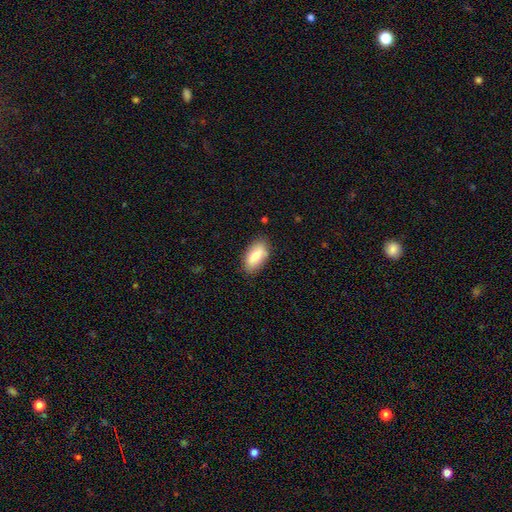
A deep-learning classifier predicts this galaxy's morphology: Overall: smooth (79%). How rounded: in between (91%). Merging: none (81%).